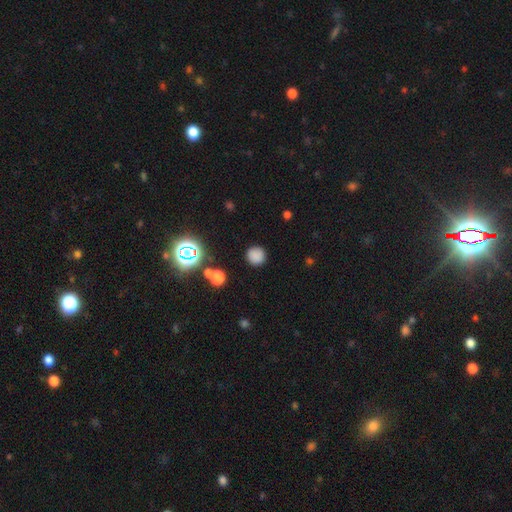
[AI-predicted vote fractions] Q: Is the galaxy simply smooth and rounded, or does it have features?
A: smooth — 80%.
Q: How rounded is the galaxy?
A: round — 92%.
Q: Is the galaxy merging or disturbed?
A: none — 88%.